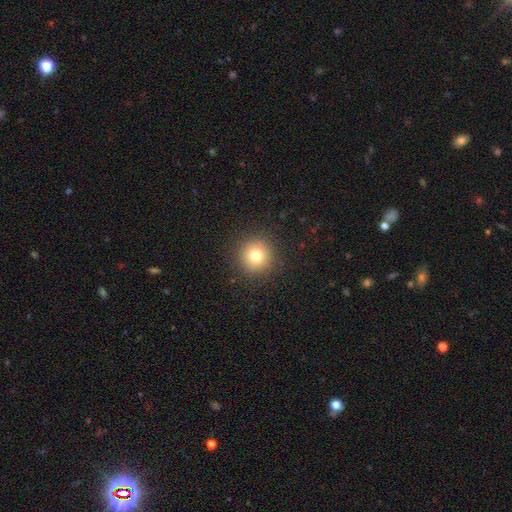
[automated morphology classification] Q: Smooth or featured?
A: smooth (78%); runner-up: star or artifact (13%)
Q: How rounded?
A: round (94%); runner-up: in between (5%)
Q: Merging?
A: none (90%); runner-up: minor disturbance (6%)